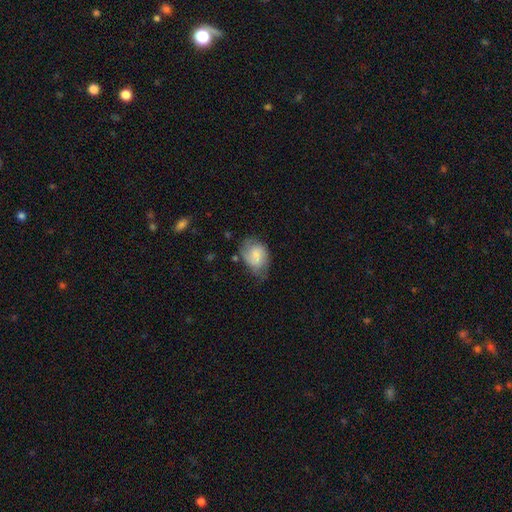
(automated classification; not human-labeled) smooth_or_featured: smooth (p=0.56) [alt: featured or disk p=0.36]
how_rounded: in between (p=0.66) [alt: round p=0.33]
merging: none (p=0.44) [alt: minor disturbance p=0.36]